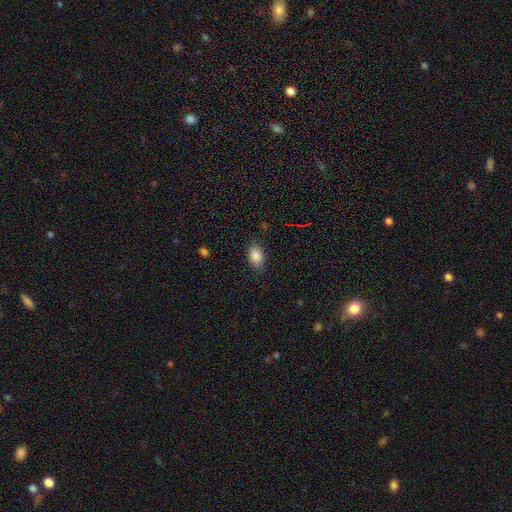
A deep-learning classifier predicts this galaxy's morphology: smooth-or-featured: smooth: 86% | star or artifact: 9% | featured or disk: 6%
  how-rounded: in between: 85% | round: 13% | cigar-shaped: 2%
  merging: none: 82% | minor disturbance: 14% | major disturbance: 3% | merger: 1%